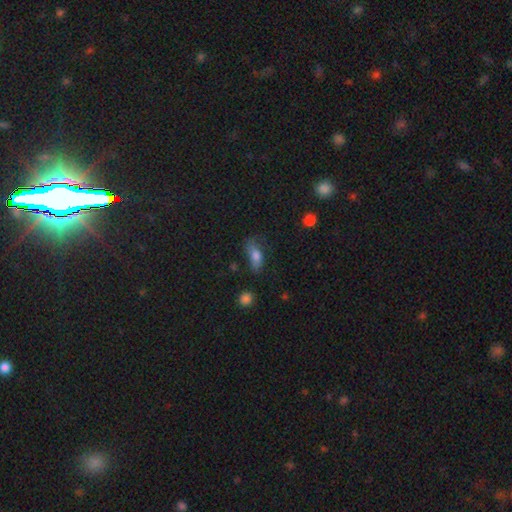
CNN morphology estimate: smooth 72%, featured or disk 17%, star or artifact 11%. Down the decision tree: how rounded — in between (77%); merging — none (41%).